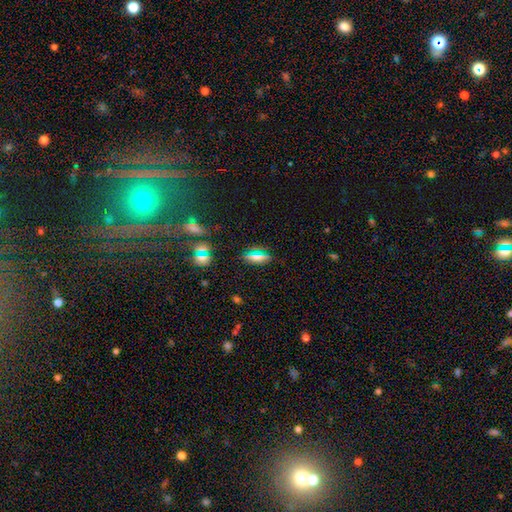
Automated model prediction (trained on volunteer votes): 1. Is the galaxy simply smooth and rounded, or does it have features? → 50% smooth, 32% star or artifact, 18% featured or disk.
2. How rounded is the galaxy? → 62% in between, 27% cigar-shaped, 11% round.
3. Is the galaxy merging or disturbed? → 82% none, 11% minor disturbance, 4% major disturbance, 3% merger.